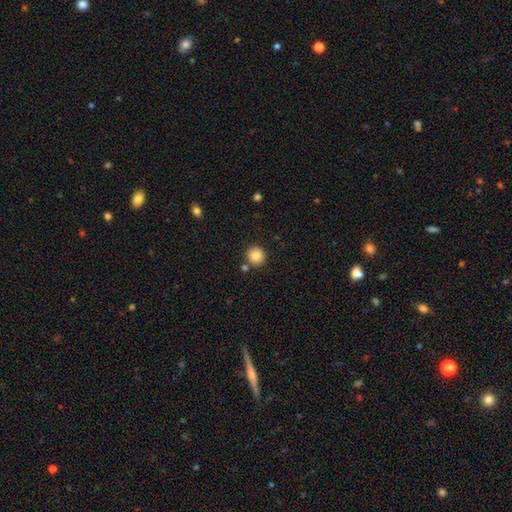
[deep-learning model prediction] Morphology: type=smooth (85%); roundness=round (91%); merging=none (83%).